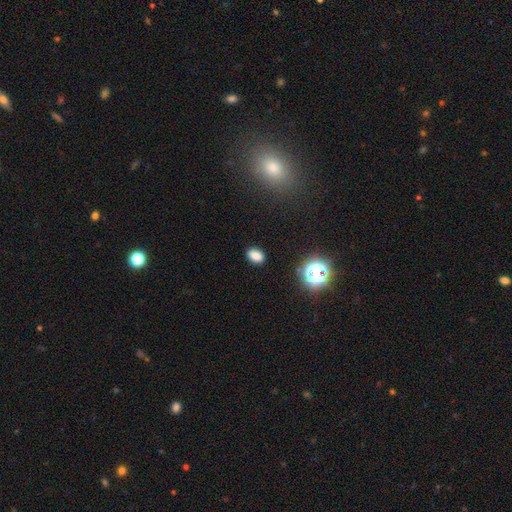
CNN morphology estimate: This is likely a smooth galaxy (80%). How rounded: clearly in between (81%). Merging: clearly none (87%).